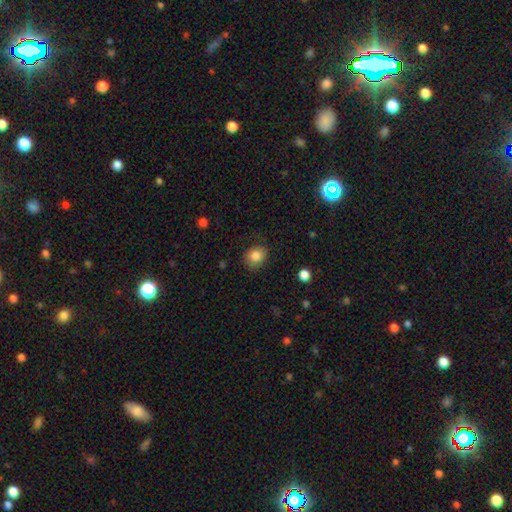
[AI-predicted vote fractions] This appears to be a smooth galaxy with no disk features (83%) that is round (63%). Merging: none (76%).